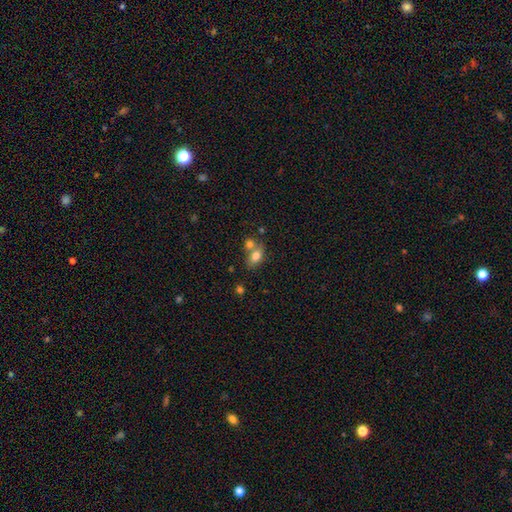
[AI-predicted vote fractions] smooth 78%, featured or disk 12%, star or artifact 10%. Down the decision tree: how rounded — in between (74%); merging — merger (43%).